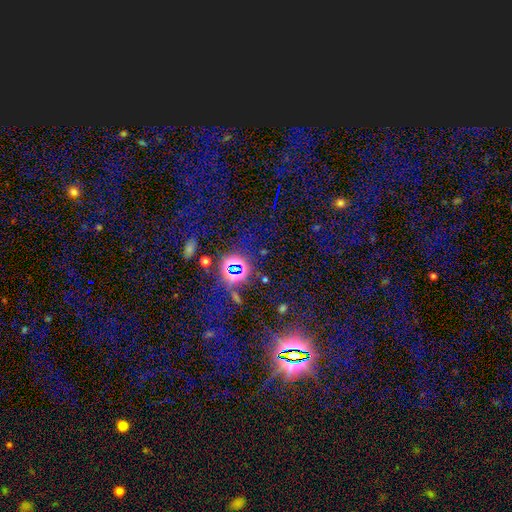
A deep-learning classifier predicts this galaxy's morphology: smooth_or_featured: star or artifact (p=0.79) [alt: smooth p=0.12]